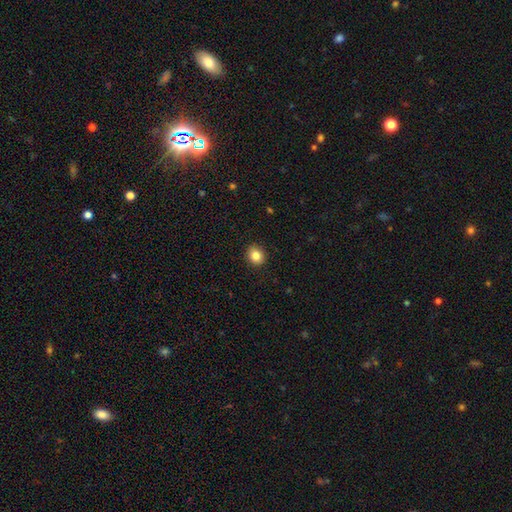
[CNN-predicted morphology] smooth 85%, star or artifact 10%, featured or disk 6%. Down the decision tree: how rounded — round (69%); merging — none (91%).